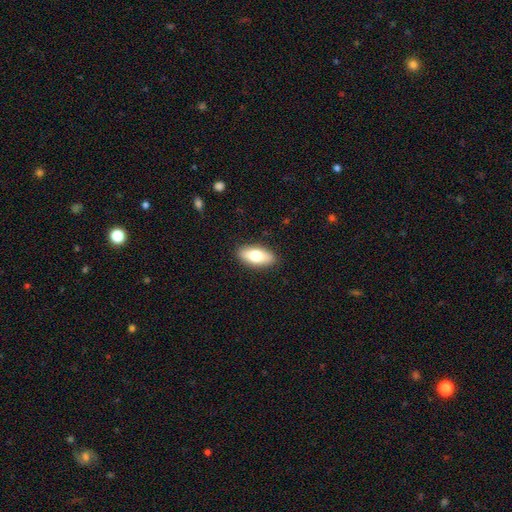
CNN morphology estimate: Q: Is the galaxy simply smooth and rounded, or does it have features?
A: smooth — 73%.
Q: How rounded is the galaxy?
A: in between — 87%.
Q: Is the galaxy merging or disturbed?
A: none — 89%.